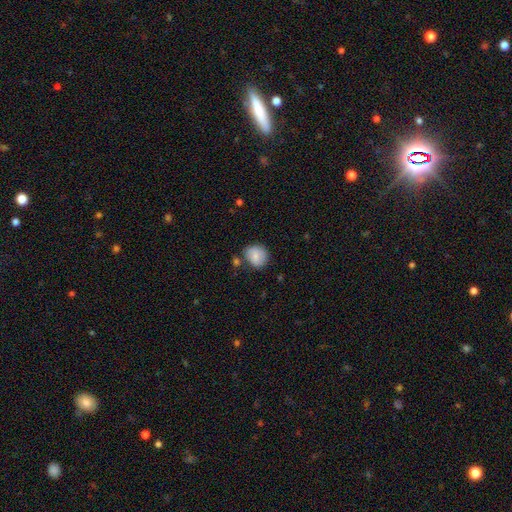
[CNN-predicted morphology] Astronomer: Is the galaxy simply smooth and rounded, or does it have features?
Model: smooth — 79%.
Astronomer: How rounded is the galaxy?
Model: round — 72%.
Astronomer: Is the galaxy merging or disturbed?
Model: none — 66%.